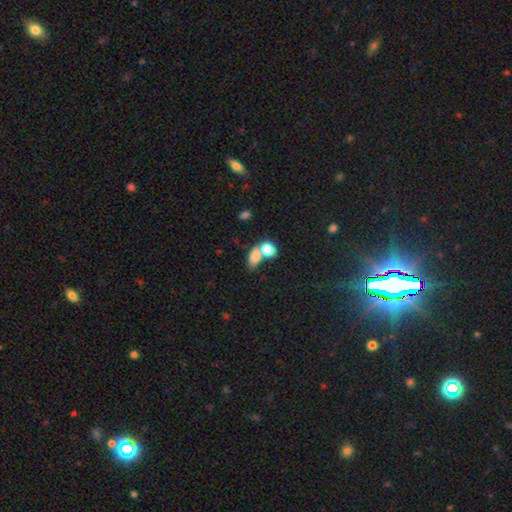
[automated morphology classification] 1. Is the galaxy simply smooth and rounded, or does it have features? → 78% smooth, 12% featured or disk, 10% star or artifact.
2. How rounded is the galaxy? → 76% in between, 21% round, 3% cigar-shaped.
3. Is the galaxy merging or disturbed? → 60% merger, 26% none, 8% minor disturbance, 6% major disturbance.